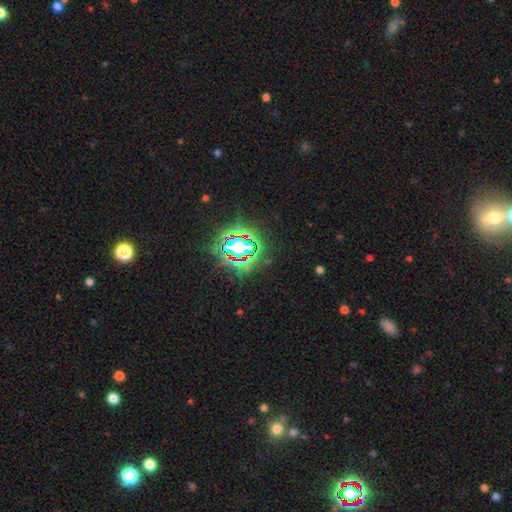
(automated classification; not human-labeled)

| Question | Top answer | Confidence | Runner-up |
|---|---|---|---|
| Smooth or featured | star or artifact | 80% | smooth (12%) |